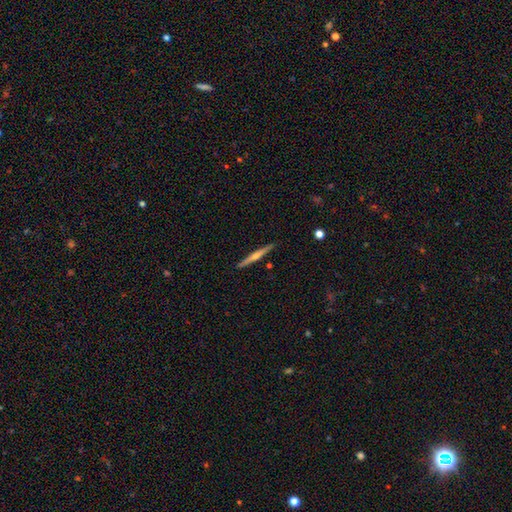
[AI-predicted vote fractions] This appears to be a featured or disk galaxy (72%) viewed edge-on (98%) with a rounded central bulge (80%). Merging: none (92%).